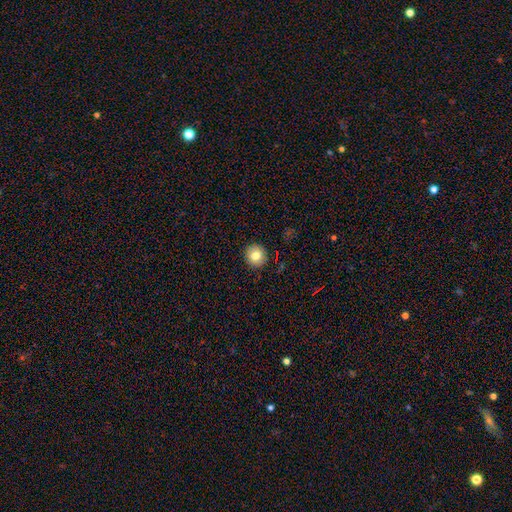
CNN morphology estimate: smooth_or_featured: smooth (p=0.80) [alt: featured or disk p=0.10]
how_rounded: round (p=0.94) [alt: in between p=0.05]
merging: none (p=0.91) [alt: minor disturbance p=0.06]